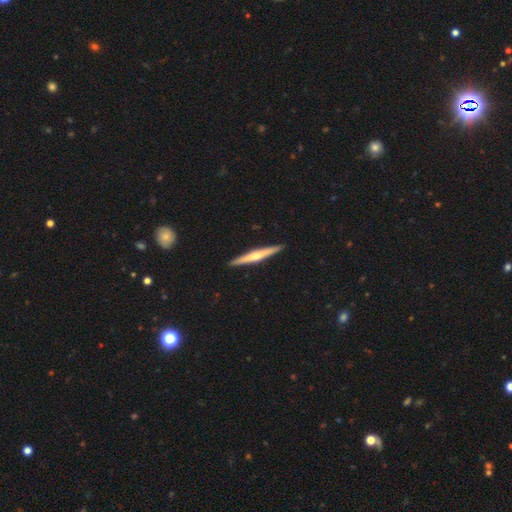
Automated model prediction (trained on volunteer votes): A featured or disk galaxy (60%) viewed edge-on (98%) with a rounded central bulge (71%). Merging: none (92%).